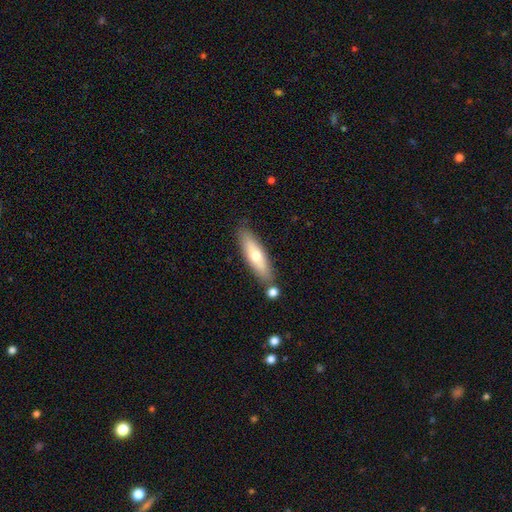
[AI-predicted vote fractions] Morphology: type=smooth (60%); roundness=cigar-shaped (63%); merging=none (77%).